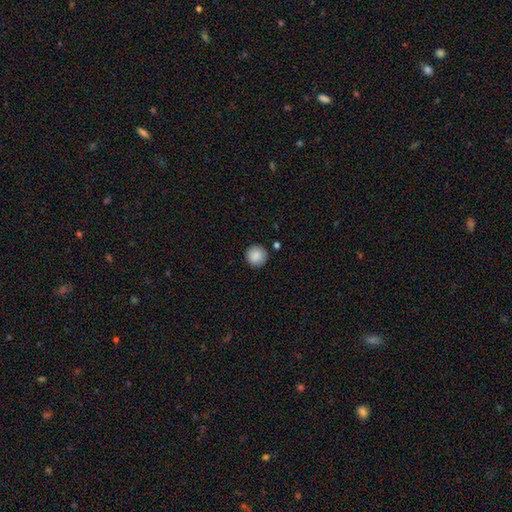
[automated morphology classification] The model was most divided on "smooth or featured": smooth: 89%, star or artifact: 8%, featured or disk: 4%. More confident: how rounded — round (96%); merging — none (91%).